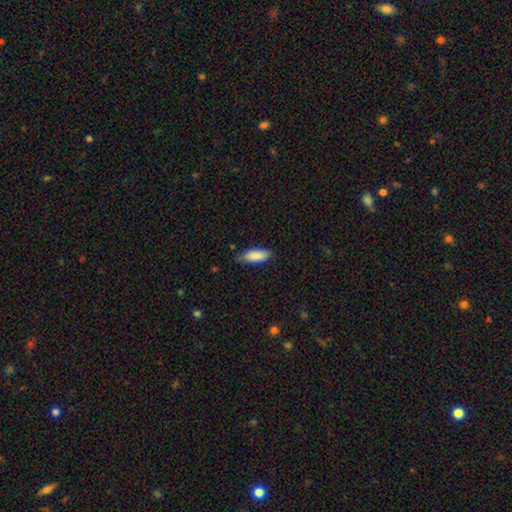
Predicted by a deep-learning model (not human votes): smooth-or-featured: smooth: 88% | star or artifact: 6% | featured or disk: 6%
  how-rounded: in between: 71% | cigar-shaped: 27% | round: 2%
  merging: none: 71% | minor disturbance: 24% | major disturbance: 3% | merger: 1%